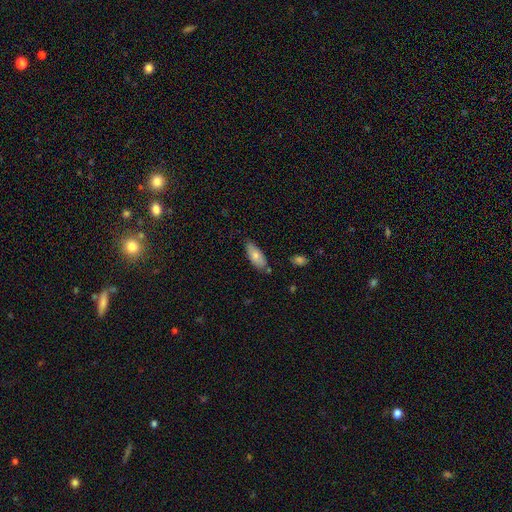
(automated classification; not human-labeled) smooth 76%, featured or disk 17%, star or artifact 6%. Down the decision tree: how rounded — in between (84%); merging — none (73%).